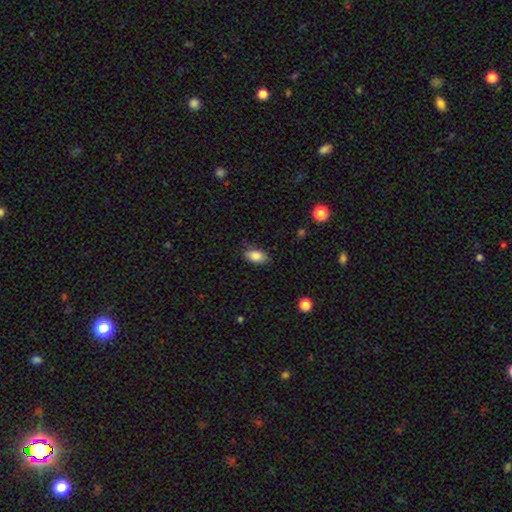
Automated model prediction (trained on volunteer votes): Smooth or featured: smooth — 86% (star or artifact — 8%)
How rounded: in between — 91% (round — 7%)
Merging: none — 80% (minor disturbance — 16%)